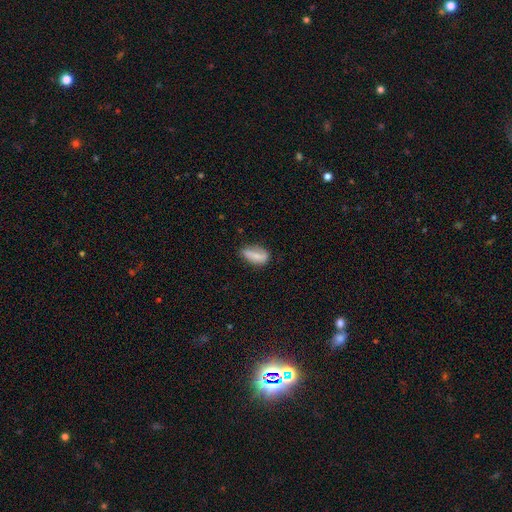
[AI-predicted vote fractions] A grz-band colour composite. It shows a smooth galaxy with no disk features (70%) that is in between round and cigar-shaped (82%). Merging: none (57%).